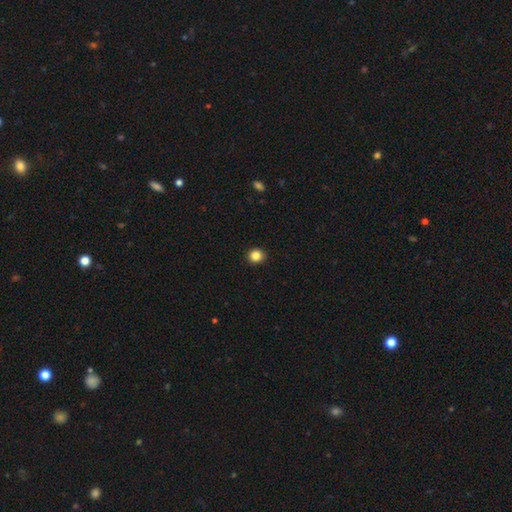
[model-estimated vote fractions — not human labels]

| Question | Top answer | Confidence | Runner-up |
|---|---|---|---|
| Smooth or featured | smooth | 85% | star or artifact (11%) |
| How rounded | round | 89% | in between (10%) |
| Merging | none | 93% | minor disturbance (5%) |